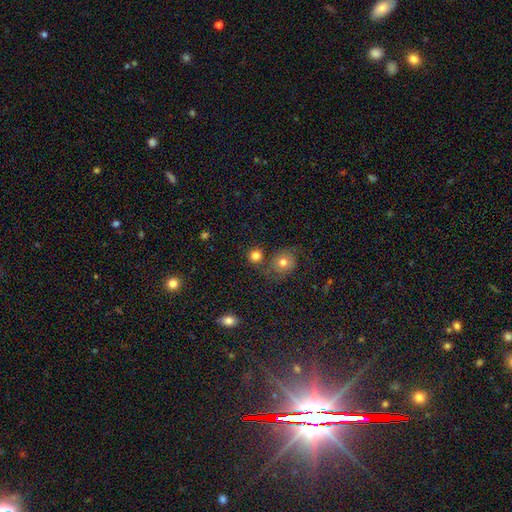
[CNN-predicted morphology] smooth-or-featured: smooth: 81% | star or artifact: 12% | featured or disk: 7%
  how-rounded: round: 87% | in between: 12% | cigar-shaped: 1%
  merging: none: 72% | merger: 15% | minor disturbance: 9% | major disturbance: 4%